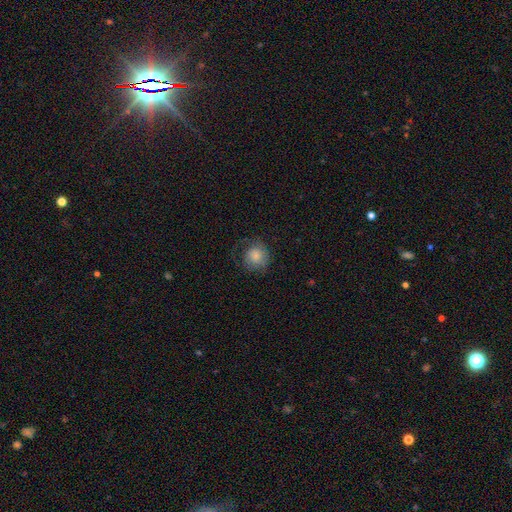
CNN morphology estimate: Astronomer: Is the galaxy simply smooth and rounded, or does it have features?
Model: smooth — 76%.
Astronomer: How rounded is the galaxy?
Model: round — 86%.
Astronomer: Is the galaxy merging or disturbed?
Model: none — 59%.